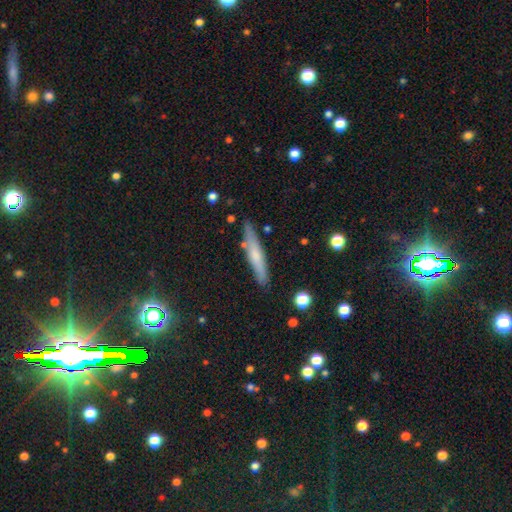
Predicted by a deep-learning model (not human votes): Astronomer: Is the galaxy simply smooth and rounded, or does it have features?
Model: smooth — 58% (runner-up: featured or disk, 35%).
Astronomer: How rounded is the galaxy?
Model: cigar-shaped — 90%.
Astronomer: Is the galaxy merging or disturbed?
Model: none — 85%.